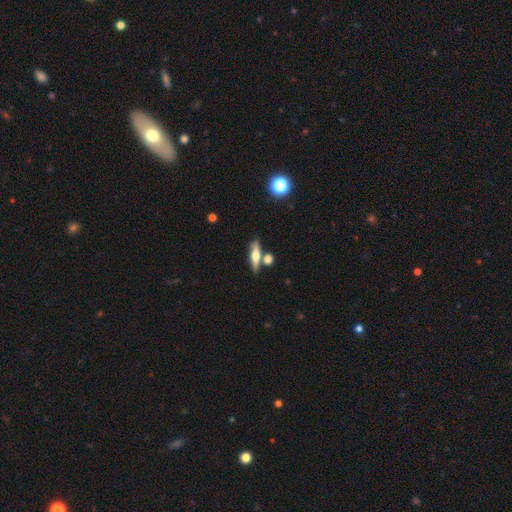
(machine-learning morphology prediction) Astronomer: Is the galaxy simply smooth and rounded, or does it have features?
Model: smooth — 49% (runner-up: featured or disk, 42%).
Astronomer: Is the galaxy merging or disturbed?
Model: none — 67%.